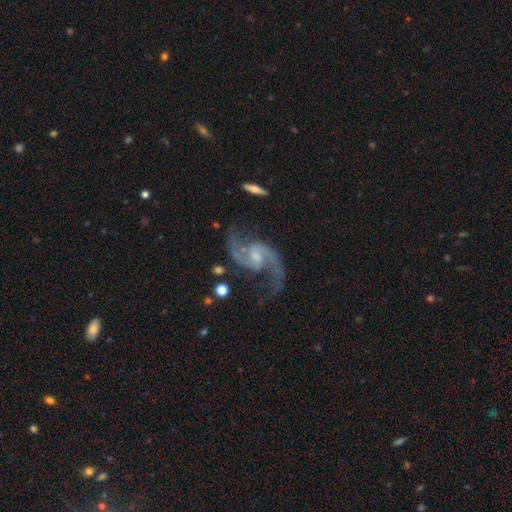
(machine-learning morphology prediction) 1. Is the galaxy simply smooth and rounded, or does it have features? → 92% featured or disk, 5% star or artifact, 3% smooth.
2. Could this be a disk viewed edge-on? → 98% no, 2% yes.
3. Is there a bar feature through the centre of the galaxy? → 49% weak, 41% no, 11% strong.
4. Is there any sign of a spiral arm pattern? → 98% yes, 2% no.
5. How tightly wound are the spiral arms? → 58% loose, 36% medium, 6% tight.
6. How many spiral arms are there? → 94% 2, 2% can't tell, 1% 1, 1% 3, 1% 4, 1% more than 4.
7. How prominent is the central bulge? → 56% small, 30% moderate, 11% none, 3% large, 1% dominant.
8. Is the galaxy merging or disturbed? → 72% none, 15% minor disturbance, 10% major disturbance, 3% merger.